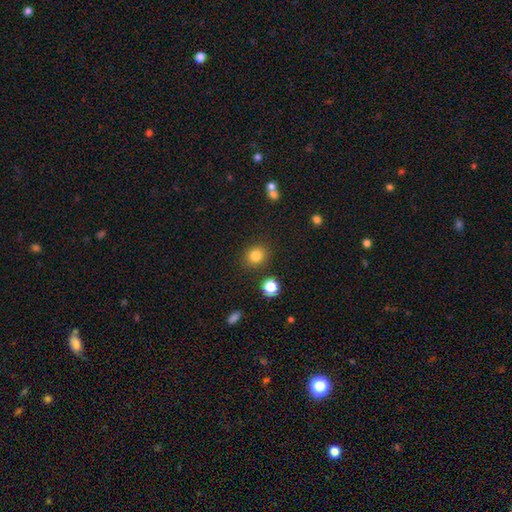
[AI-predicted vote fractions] Q: Smooth or featured?
A: smooth (83%); runner-up: star or artifact (12%)
Q: How rounded?
A: round (78%); runner-up: in between (21%)
Q: Merging?
A: none (85%); runner-up: minor disturbance (8%)